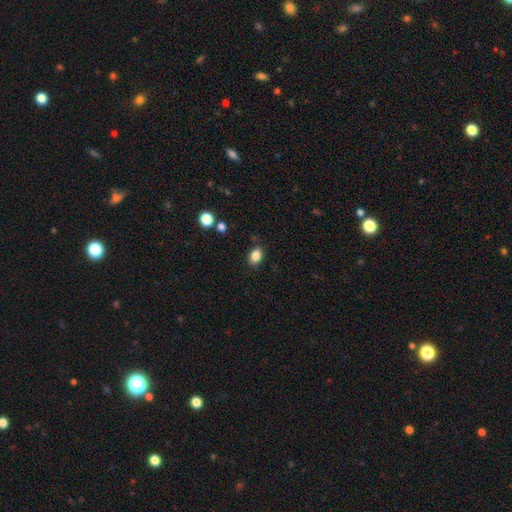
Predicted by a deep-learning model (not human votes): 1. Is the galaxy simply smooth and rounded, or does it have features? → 86% smooth, 10% star or artifact, 4% featured or disk.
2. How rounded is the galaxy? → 77% in between, 22% round, 1% cigar-shaped.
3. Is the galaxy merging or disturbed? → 85% none, 10% minor disturbance, 3% major disturbance, 2% merger.